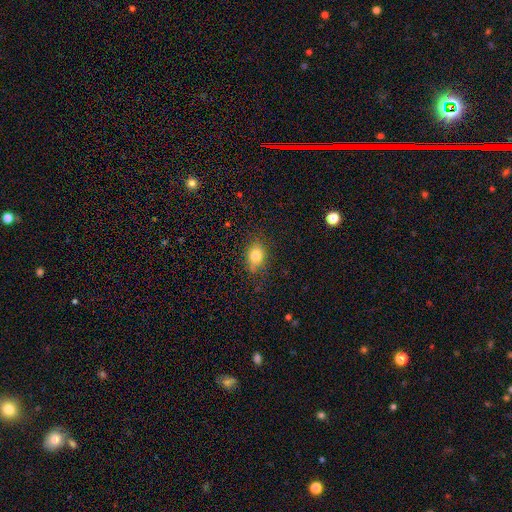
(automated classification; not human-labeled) smooth-or-featured: smooth: 79% | star or artifact: 11% | featured or disk: 9%
  how-rounded: in between: 57% | round: 41% | cigar-shaped: 2%
  merging: none: 75% | minor disturbance: 18% | major disturbance: 4% | merger: 2%